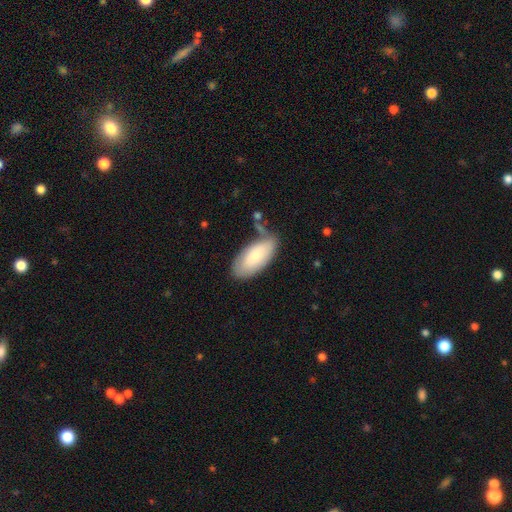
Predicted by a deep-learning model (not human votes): Overall: smooth (78%). How rounded: in between (91%). Merging: none (65%).